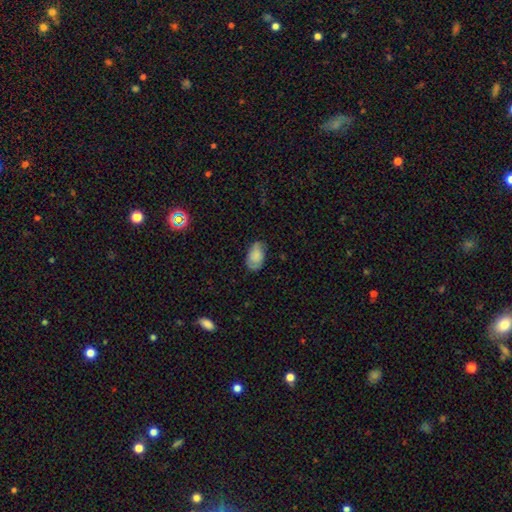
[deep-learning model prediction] smooth_or_featured: smooth (p=0.79) [alt: featured or disk p=0.14]
how_rounded: in between (p=0.93) [alt: round p=0.06]
merging: none (p=0.68) [alt: minor disturbance p=0.25]